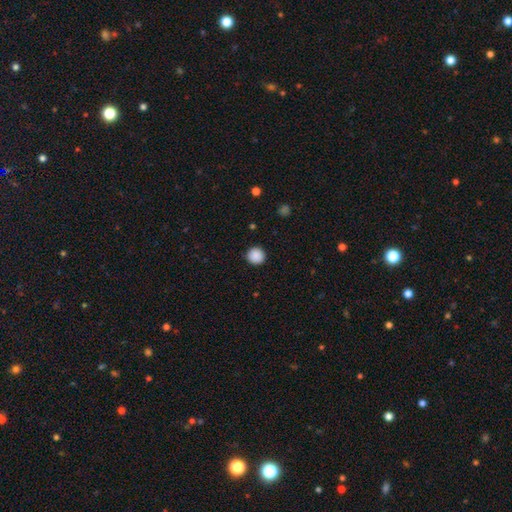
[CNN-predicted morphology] Smooth or featured?
  - smooth: 89% *
  - star or artifact: 9%
  - featured or disk: 2%
How rounded?
  - round: 95% *
  - in between: 4%
  - cigar-shaped: 1%
Merging?
  - none: 92% *
  - minor disturbance: 5%
  - major disturbance: 2%
  - merger: 1%